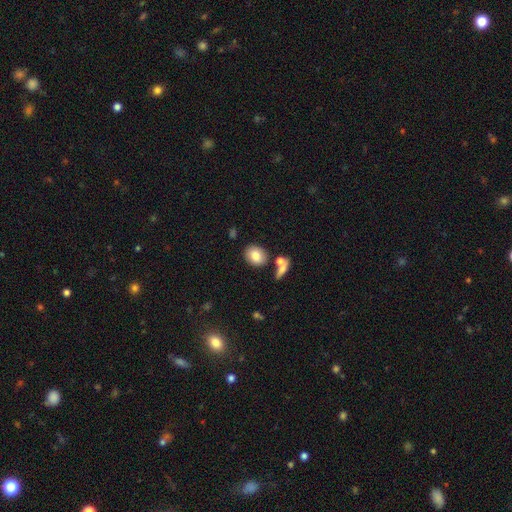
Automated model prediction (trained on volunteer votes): Smooth or featured? smooth (80%)
How rounded? in between (53%)
Merging? none (75%)